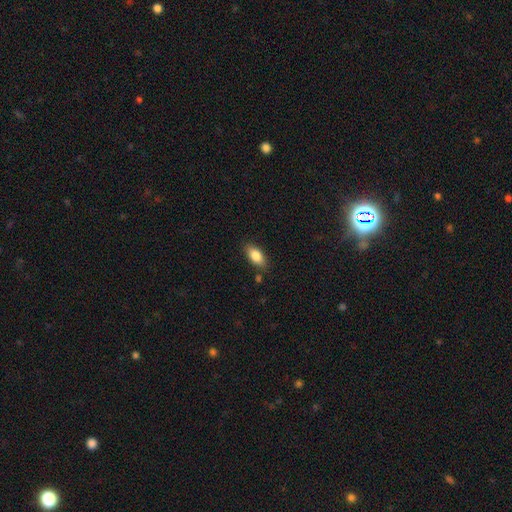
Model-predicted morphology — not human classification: smooth 84%, featured or disk 9%, star or artifact 7%. Down the decision tree: how rounded — in between (88%); merging — none (83%).